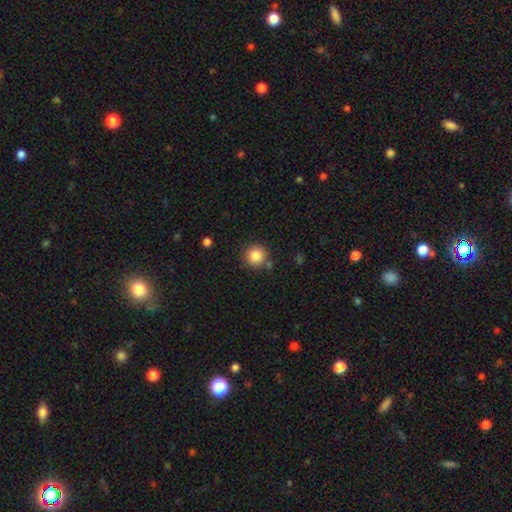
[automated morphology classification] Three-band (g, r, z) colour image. It shows a smooth galaxy with no disk features (85%) that is round (94%). Merging: none (83%).